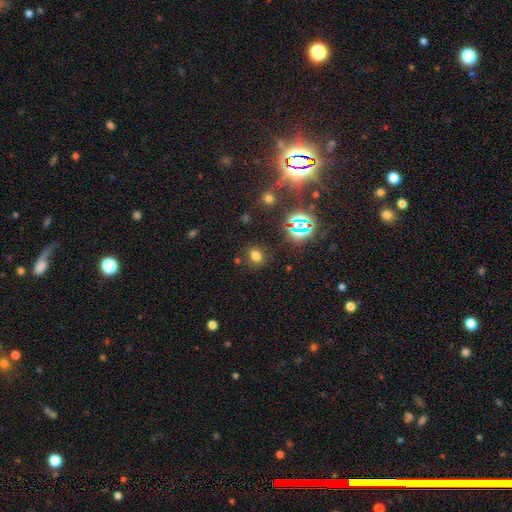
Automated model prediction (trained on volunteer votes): Smooth or featured?
  - smooth: 68% *
  - star or artifact: 25%
  - featured or disk: 7%
How rounded?
  - in between: 54% *
  - round: 45%
  - cigar-shaped: 1%
Merging?
  - none: 82% *
  - minor disturbance: 10%
  - major disturbance: 4%
  - merger: 3%